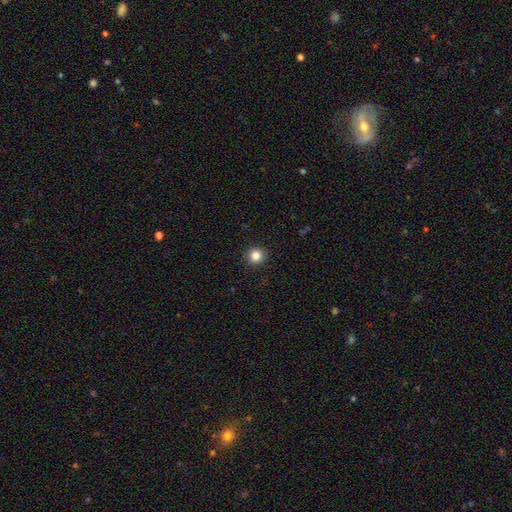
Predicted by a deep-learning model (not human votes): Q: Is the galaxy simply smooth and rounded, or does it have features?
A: smooth — 84%.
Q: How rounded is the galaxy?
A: round — 94%.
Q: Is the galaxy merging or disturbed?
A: none — 93%.